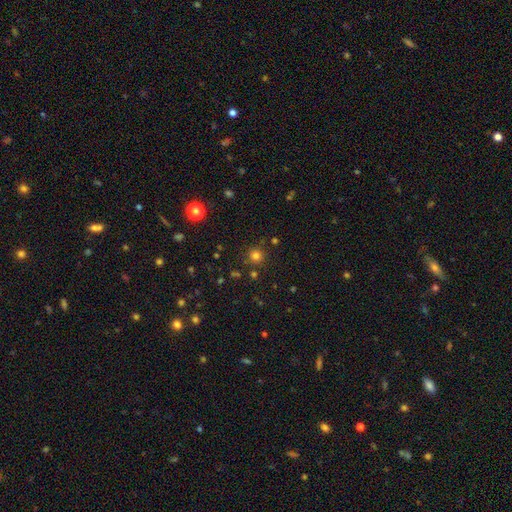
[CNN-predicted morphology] Overall: smooth (76%). How rounded: round (94%). Merging: none (84%).